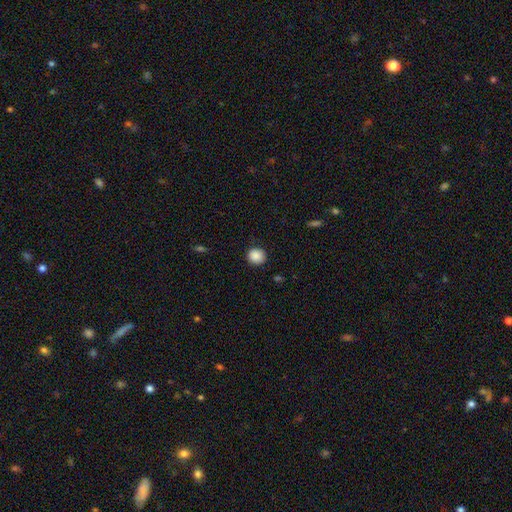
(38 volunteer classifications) Smooth or featured: smooth — 95% (star or artifact — 5%)
How rounded: round — 94% (in between — 6%)
Merging: none — 92% (minor disturbance — 8%)